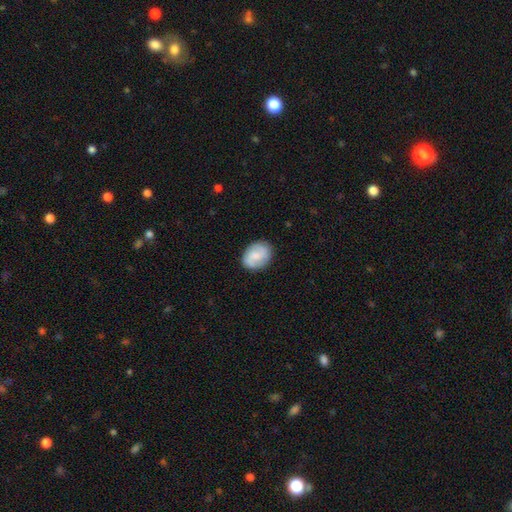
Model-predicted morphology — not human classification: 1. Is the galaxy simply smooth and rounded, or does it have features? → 55% smooth, 38% featured or disk, 7% star or artifact.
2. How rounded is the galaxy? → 59% in between, 39% round, 1% cigar-shaped.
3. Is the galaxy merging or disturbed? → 84% none, 12% minor disturbance, 3% major disturbance, 1% merger.